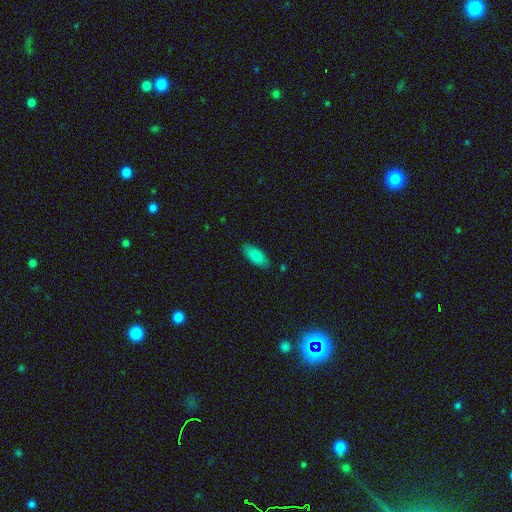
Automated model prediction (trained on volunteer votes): Smooth or featured? smooth (87%)
How rounded? in between (85%)
Merging? none (83%)